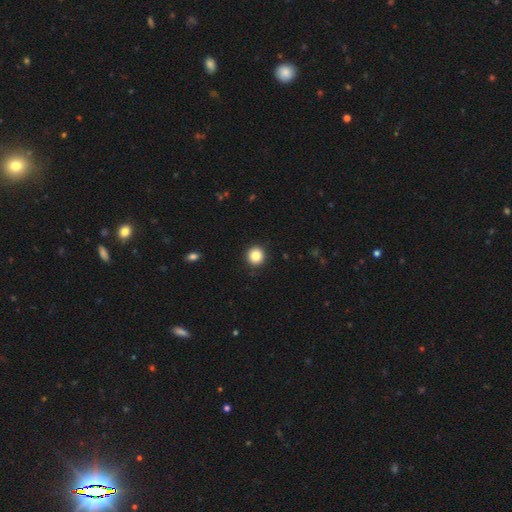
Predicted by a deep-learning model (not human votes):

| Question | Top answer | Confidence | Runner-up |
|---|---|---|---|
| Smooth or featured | smooth | 84% | star or artifact (10%) |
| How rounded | round | 92% | in between (7%) |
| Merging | none | 91% | minor disturbance (6%) |